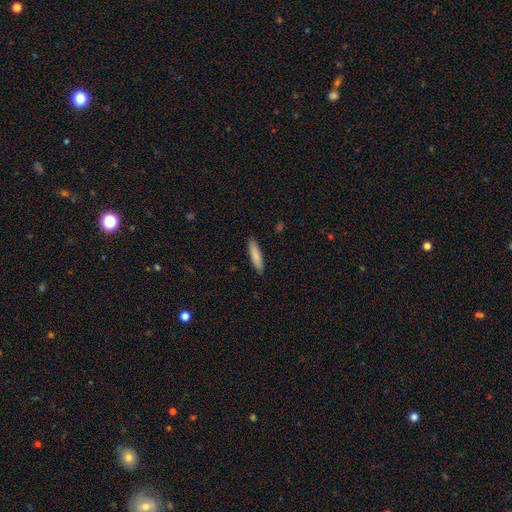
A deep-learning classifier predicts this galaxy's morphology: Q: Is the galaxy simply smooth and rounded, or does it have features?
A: smooth — 85%.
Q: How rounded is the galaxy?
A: cigar-shaped — 79%.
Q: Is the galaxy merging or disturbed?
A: none — 90%.